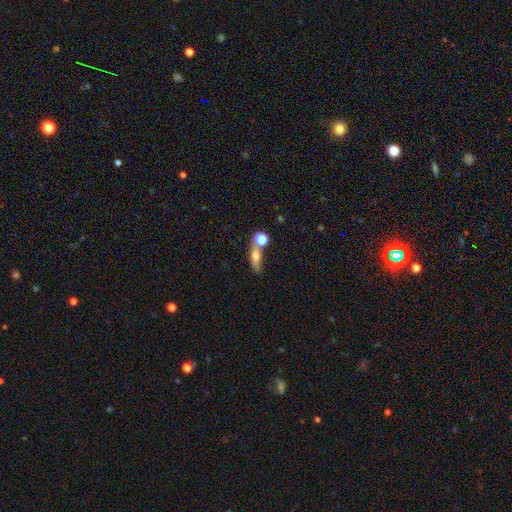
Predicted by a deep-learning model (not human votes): Smooth or featured? smooth (64%)
How rounded? in between (51%)
Merging? none (50%)